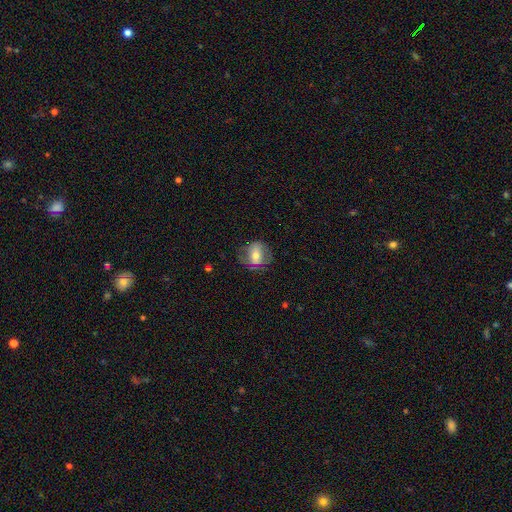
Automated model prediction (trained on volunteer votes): Smooth or featured? smooth (52%)
How rounded? round (61%)
Merging? none (65%)